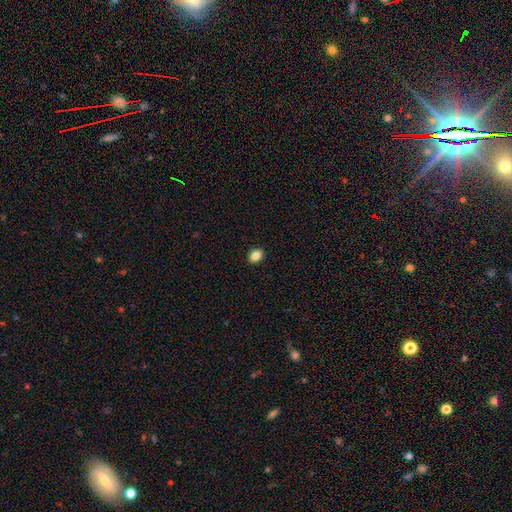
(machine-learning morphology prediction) The model was most divided on "how rounded": in between: 68%, round: 31%, cigar-shaped: 1%. More confident: merging — none (91%); smooth or featured — smooth (86%).